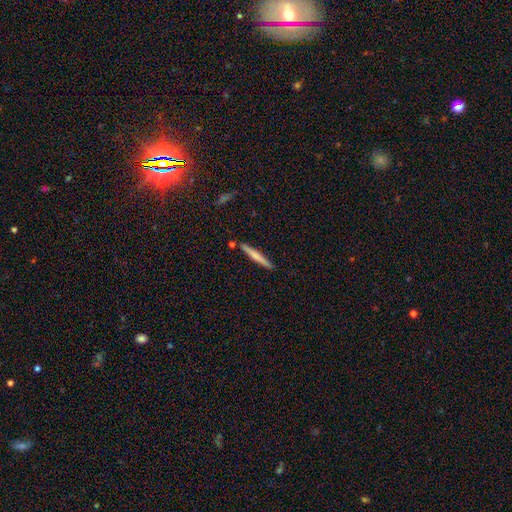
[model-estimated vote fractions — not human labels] smooth_or_featured: smooth (p=0.58) [alt: featured or disk p=0.37]
how_rounded: cigar-shaped (p=0.96) [alt: in between p=0.03]
merging: none (p=0.87) [alt: minor disturbance p=0.08]